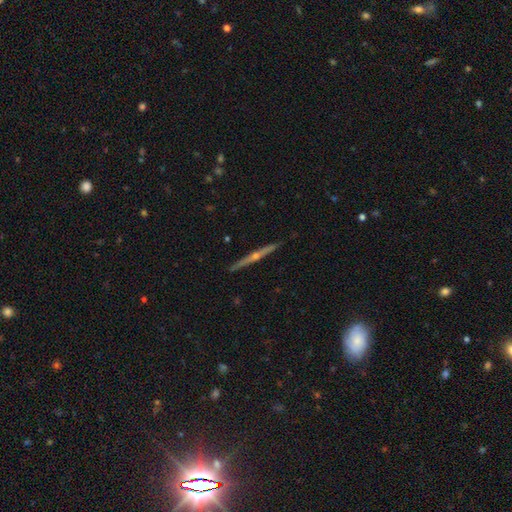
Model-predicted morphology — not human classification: featured or disk 82%, smooth 12%, star or artifact 6%. Down the decision tree: edge-on disk — yes (98%); edge-on bulge — rounded (88%); merging — none (92%).